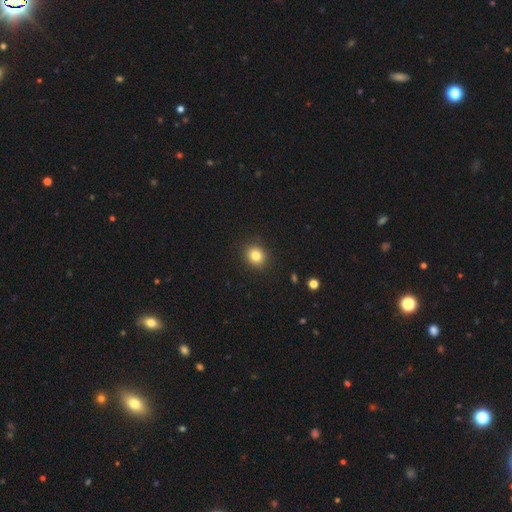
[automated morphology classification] A smooth galaxy with no disk features (83%) that is round (71%). Merging: none (90%).